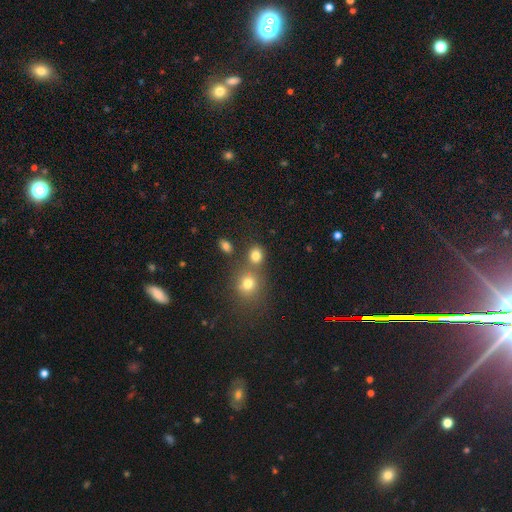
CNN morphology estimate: smooth 79%, star or artifact 14%, featured or disk 7%. Down the decision tree: how rounded — round (76%); merging — none (66%).